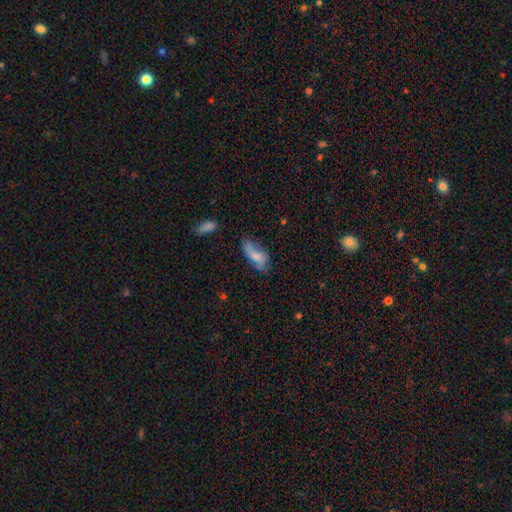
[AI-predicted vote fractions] smooth-or-featured: smooth: 67% | featured or disk: 25% | star or artifact: 8%
  how-rounded: in between: 80% | cigar-shaped: 18% | round: 3%
  merging: none: 42% | minor disturbance: 31% | major disturbance: 18% | merger: 8%